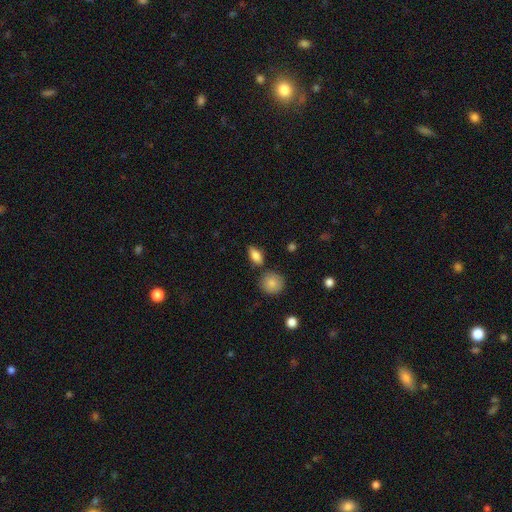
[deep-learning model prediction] smooth_or_featured: smooth (p=0.81) [alt: featured or disk p=0.11]
how_rounded: in between (p=0.83) [alt: round p=0.08]
merging: none (p=0.76) [alt: minor disturbance p=0.13]